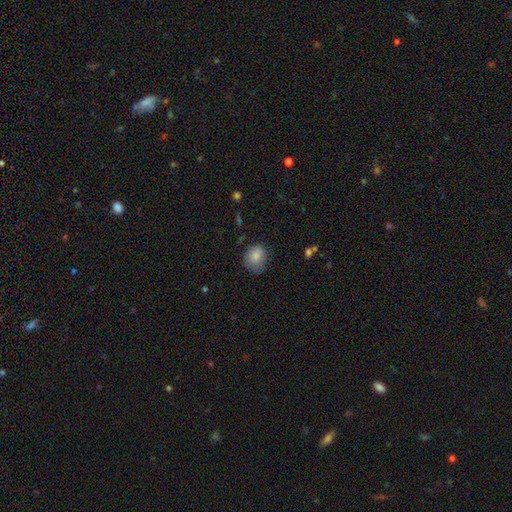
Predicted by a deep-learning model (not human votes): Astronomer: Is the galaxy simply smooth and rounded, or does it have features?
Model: smooth — 84%.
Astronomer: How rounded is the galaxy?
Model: round — 58% (runner-up: in between, 41%).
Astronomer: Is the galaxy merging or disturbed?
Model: none — 62%.